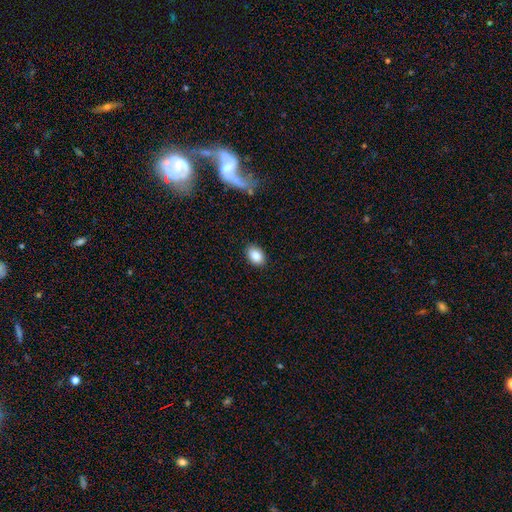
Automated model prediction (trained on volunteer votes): Morphology: type=smooth (86%); roundness=in between (82%); merging=none (88%).